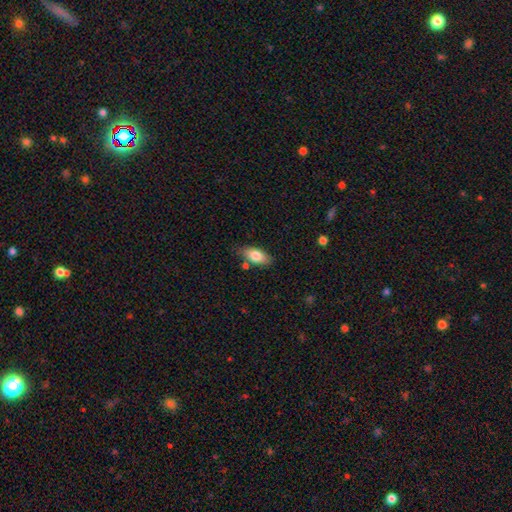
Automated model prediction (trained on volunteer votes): smooth-or-featured: smooth: 78% | featured or disk: 16% | star or artifact: 7%
  how-rounded: in between: 87% | cigar-shaped: 10% | round: 3%
  merging: none: 76% | minor disturbance: 16% | merger: 6% | major disturbance: 3%